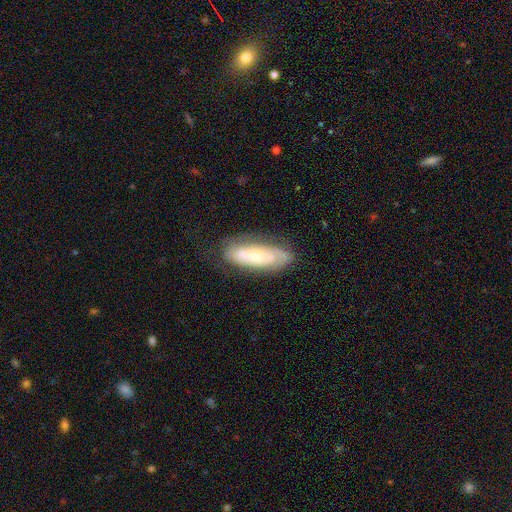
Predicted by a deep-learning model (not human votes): A featured or disk galaxy (55%). Merging: none (68%).